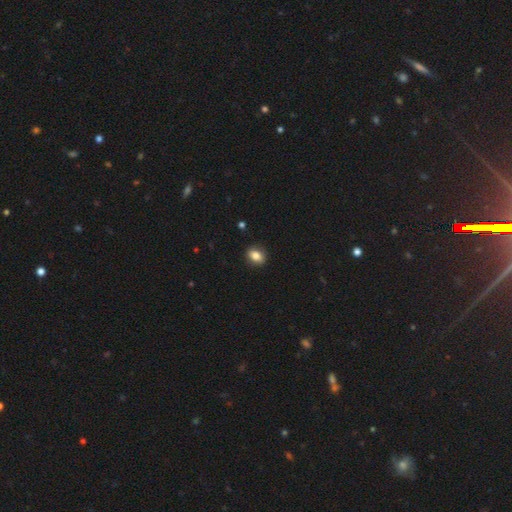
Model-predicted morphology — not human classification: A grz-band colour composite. It shows a smooth galaxy with no disk features (82%) that is in between round and cigar-shaped (61%). Merging: none (88%).